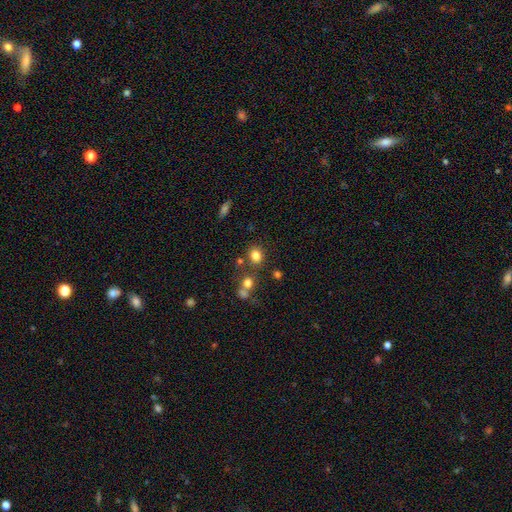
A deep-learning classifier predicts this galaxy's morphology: smooth-or-featured: smooth: 80% | star or artifact: 13% | featured or disk: 7%
  how-rounded: round: 69% | in between: 30% | cigar-shaped: 1%
  merging: none: 73% | merger: 12% | minor disturbance: 11% | major disturbance: 4%